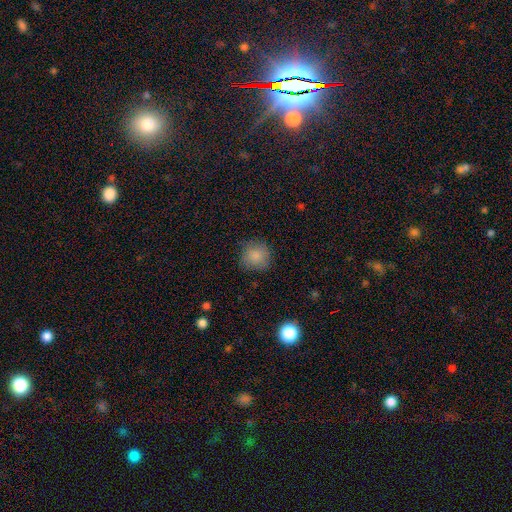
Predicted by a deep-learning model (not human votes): Smooth or featured? smooth (85%)
How rounded? round (91%)
Merging? none (80%)